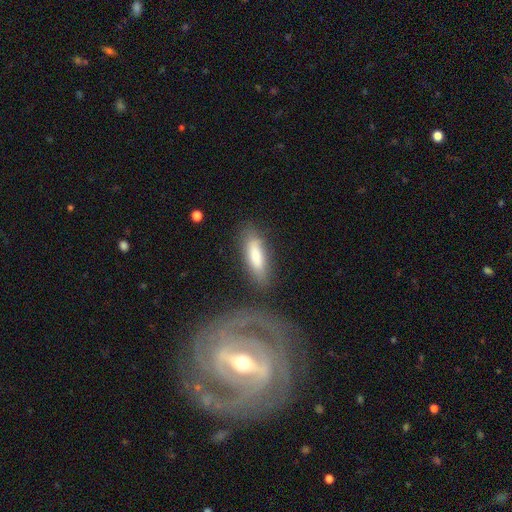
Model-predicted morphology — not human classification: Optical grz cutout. It shows a smooth galaxy with no disk features (74%) that is in between round and cigar-shaped (52%). Merging: none (70%).